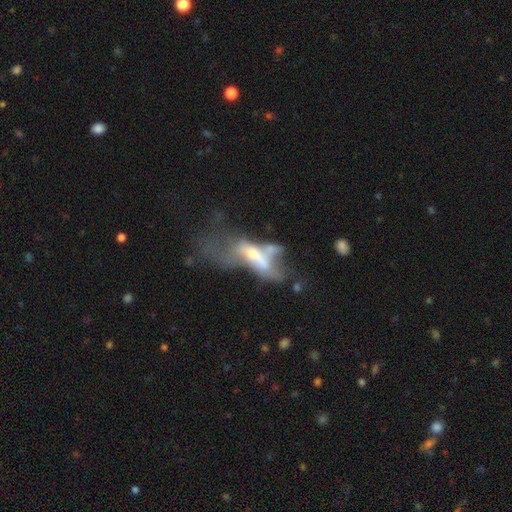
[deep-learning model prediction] Q: Smooth or featured?
A: featured or disk (54%); runner-up: smooth (35%)
Q: Edge-on disk?
A: no (78%); runner-up: yes (22%)
Q: Merging?
A: major disturbance (43%); runner-up: merger (34%)